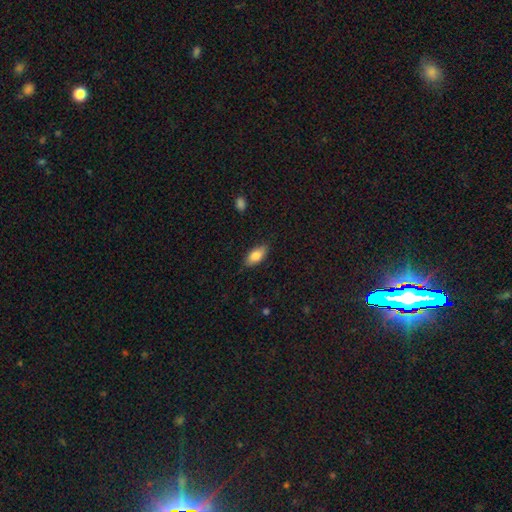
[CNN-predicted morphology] smooth 82%, featured or disk 12%, star or artifact 7%. Down the decision tree: how rounded — in between (89%); merging — none (83%).